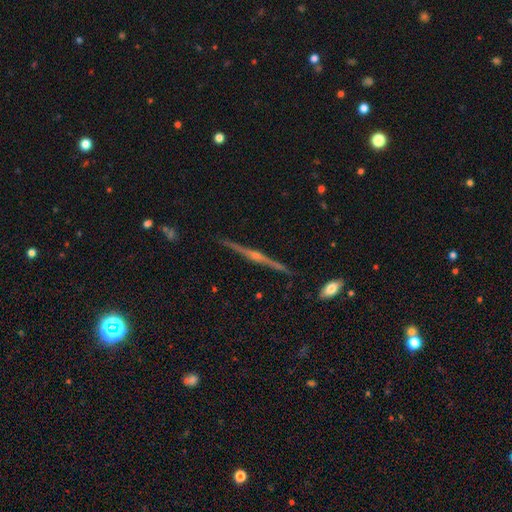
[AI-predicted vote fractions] Morphology: type=featured or disk (85%); edge-on=yes (98%); edge-on bulge=rounded (86%); merging=none (90%).